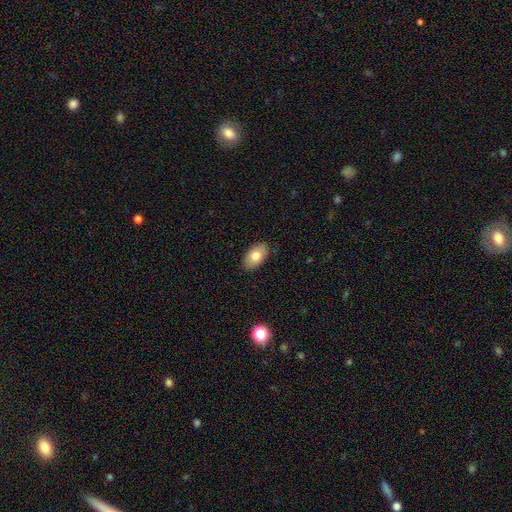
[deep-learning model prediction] Morphology: type=smooth (78%); roundness=in between (93%); merging=none (87%).